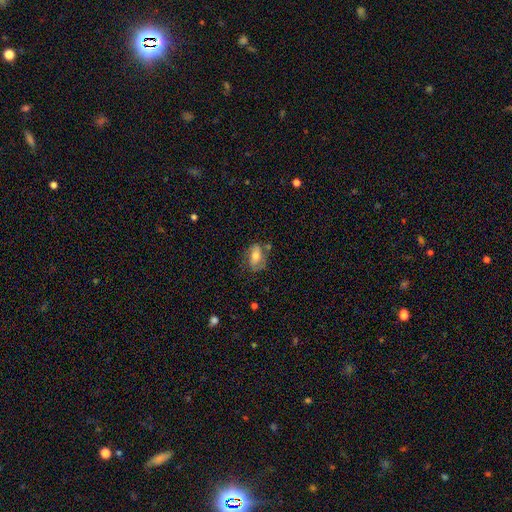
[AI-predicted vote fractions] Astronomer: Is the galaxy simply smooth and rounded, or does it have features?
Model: smooth — 52% (runner-up: featured or disk, 41%).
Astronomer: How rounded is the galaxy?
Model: in between — 83%.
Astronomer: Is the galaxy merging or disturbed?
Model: none — 54%.